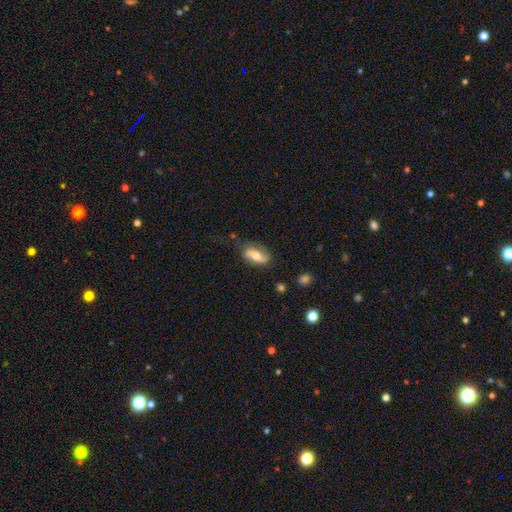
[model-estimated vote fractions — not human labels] This is possibly a smooth galaxy (51%). How rounded: clearly in between (83%). Merging: likely none (65%).